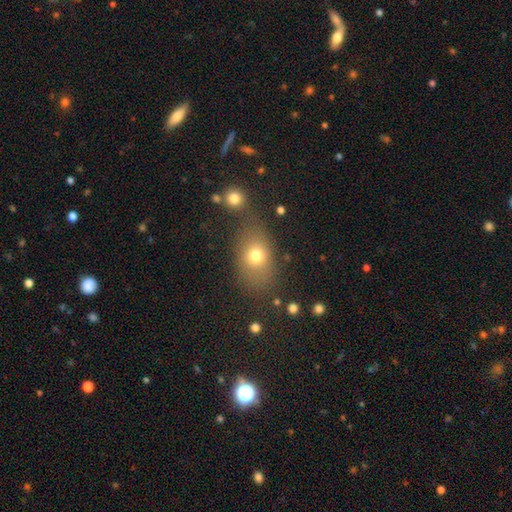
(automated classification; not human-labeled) A smooth galaxy with no disk features (72%) that is in between round and cigar-shaped (64%).

Vote fractions:
- Smooth or featured? smooth: 72% / star or artifact: 14% / featured or disk: 14%
- How rounded? in between: 64% / round: 34% / cigar-shaped: 2%
- Merging? none: 63% / merger: 15% / minor disturbance: 14% / major disturbance: 8%